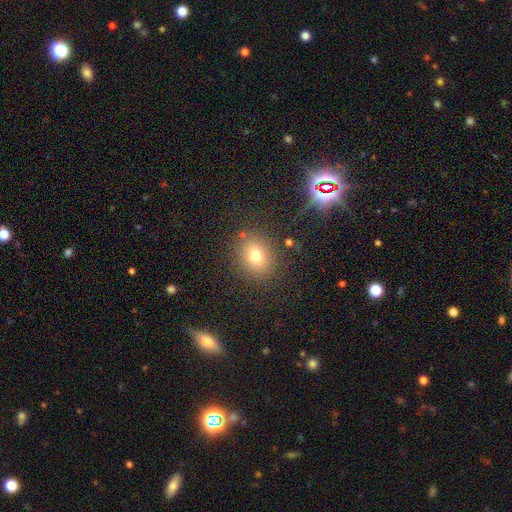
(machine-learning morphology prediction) Smooth or featured: smooth — 73% (star or artifact — 16%)
How rounded: round — 60% (in between — 39%)
Merging: none — 83% (minor disturbance — 10%)